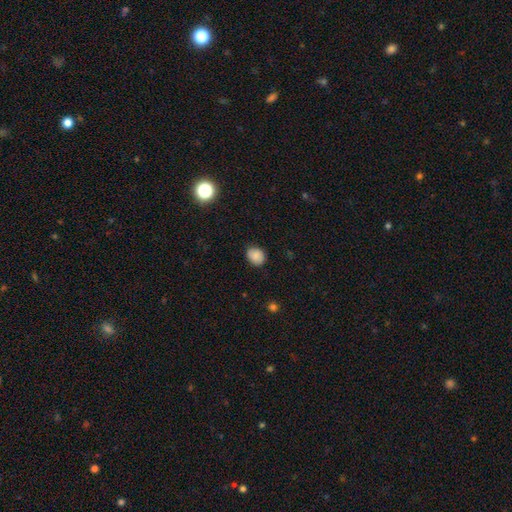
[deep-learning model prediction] Smooth or featured? Predicted: smooth (p=0.86). How rounded? Predicted: round (p=0.52). Merging? Predicted: none (p=0.82).